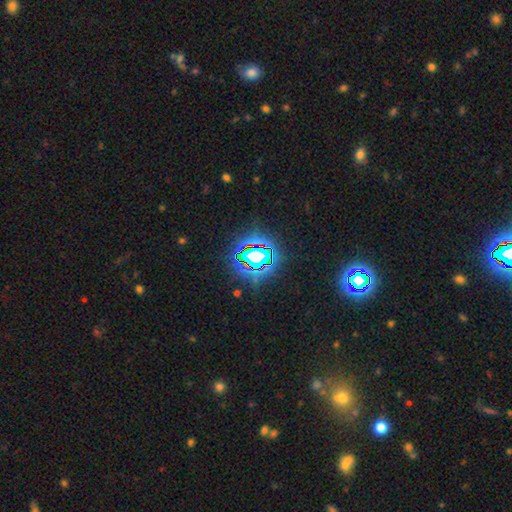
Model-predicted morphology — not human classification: A star or artifact, not a galaxy (75%).